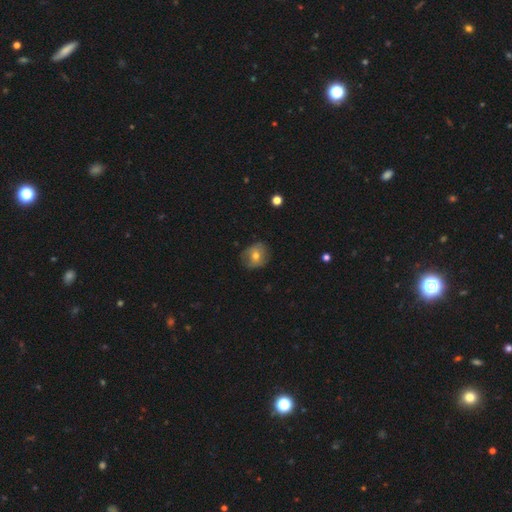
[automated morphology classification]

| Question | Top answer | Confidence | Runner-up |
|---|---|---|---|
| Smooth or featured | smooth | 62% | featured or disk (28%) |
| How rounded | round | 73% | in between (26%) |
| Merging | none | 75% | minor disturbance (19%) |